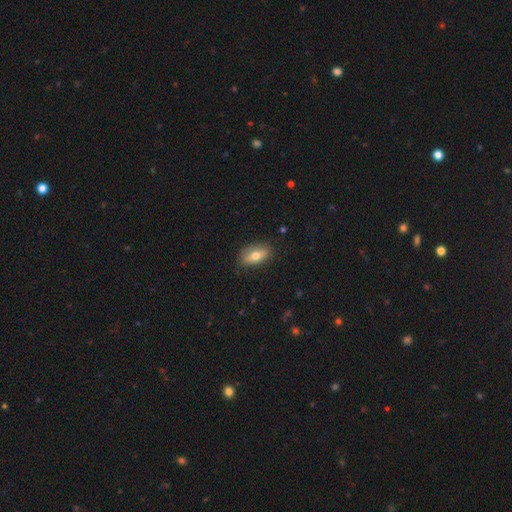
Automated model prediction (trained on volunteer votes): This appears to be a smooth galaxy with no disk features (65%) that is in between round and cigar-shaped (87%). Merging: none (82%).